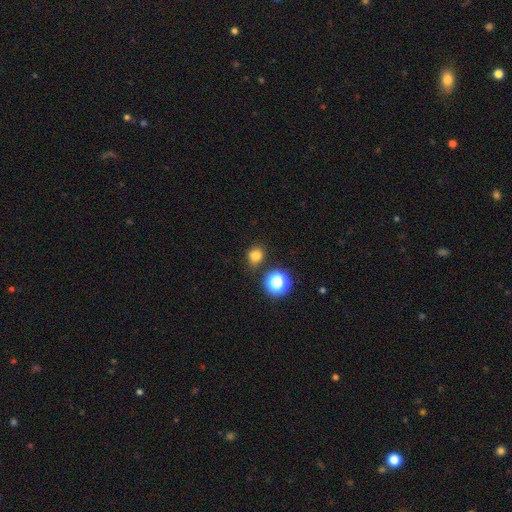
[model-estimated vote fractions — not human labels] Morphology: type=smooth (78%); roundness=round (79%); merging=none (81%).